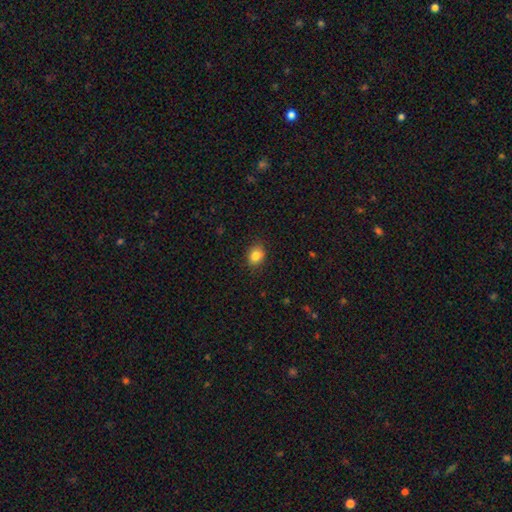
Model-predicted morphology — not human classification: The model was most divided on "how rounded": in between: 53%, round: 46%, cigar-shaped: 1%. More confident: merging — none (86%); smooth or featured — smooth (84%).